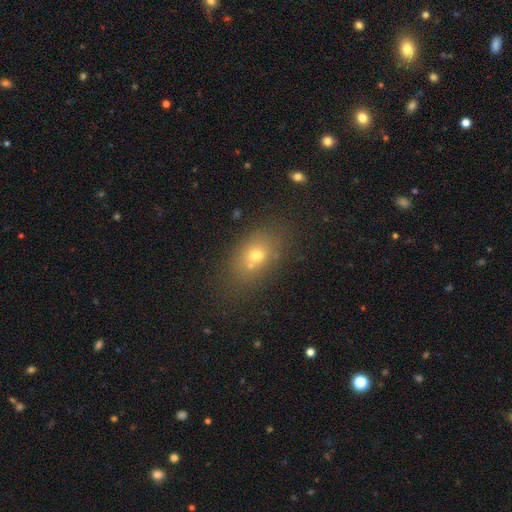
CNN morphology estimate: This is likely a smooth galaxy (66%). How rounded: likely in between (74%). Merging: possibly none (60%).